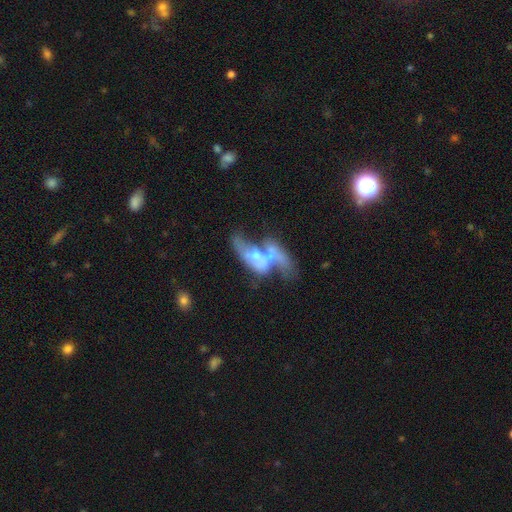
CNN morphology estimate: Smooth or featured?
  - featured or disk: 65% *
  - smooth: 27%
  - star or artifact: 8%
Edge-on disk?
  - no: 89% *
  - yes: 11%
Bar?
  - no: 72% *
  - weak: 21%
  - strong: 7%
Spiral arms?
  - yes: 51% *
  - no: 49%
Bulge size?
  - moderate: 47% *
  - small: 36%
  - none: 10%
  - large: 6%
  - dominant: 2%
Merging?
  - merger: 62% *
  - major disturbance: 18%
  - none: 12%
  - minor disturbance: 8%